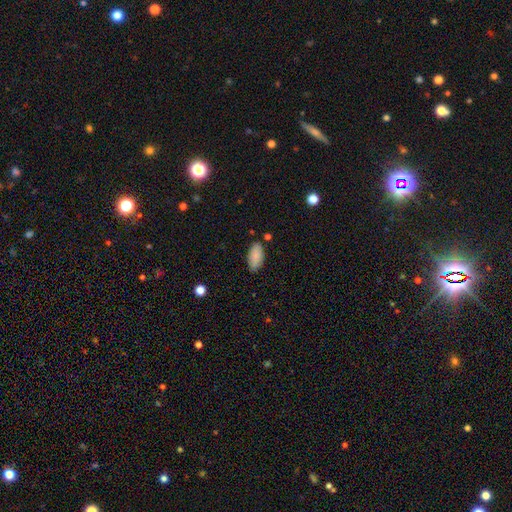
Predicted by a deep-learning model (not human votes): A smooth galaxy with no disk features (88%) that is in between round and cigar-shaped (93%). Merging: none (82%).